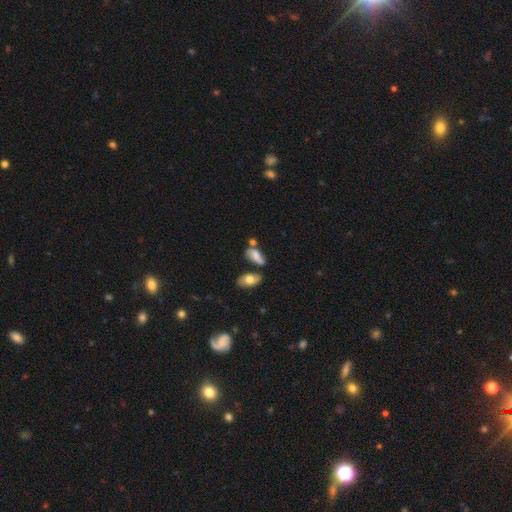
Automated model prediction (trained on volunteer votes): This is likely a smooth galaxy (70%). How rounded: clearly in between (80%). Merging: marginally none (43%).